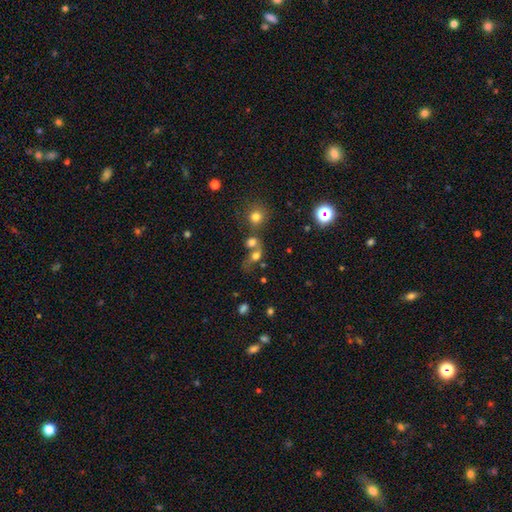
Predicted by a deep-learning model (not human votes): Smooth or featured? smooth (60%)
How rounded? round (49%)
Merging? merger (55%)